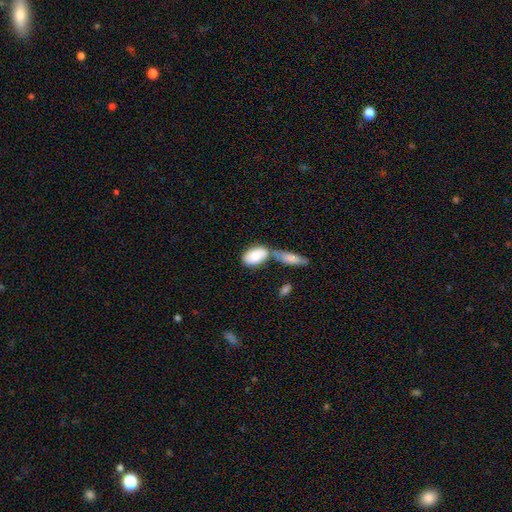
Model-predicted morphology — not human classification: Smooth or featured?
  - smooth: 79% *
  - featured or disk: 15%
  - star or artifact: 6%
How rounded?
  - in between: 91% *
  - round: 6%
  - cigar-shaped: 3%
Merging?
  - merger: 47% *
  - none: 33%
  - minor disturbance: 14%
  - major disturbance: 6%